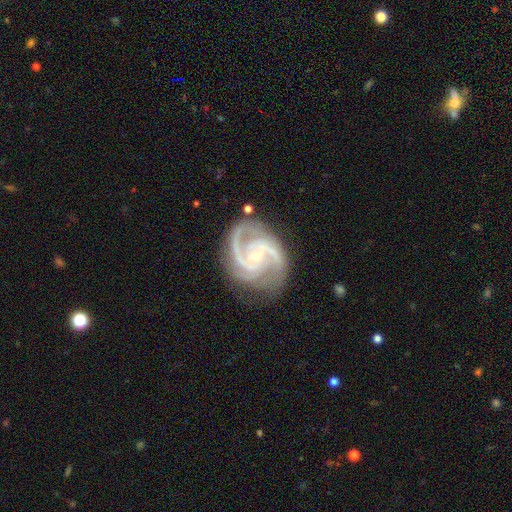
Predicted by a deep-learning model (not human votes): Q: Smooth or featured?
A: featured or disk (93%); runner-up: star or artifact (4%)
Q: Edge-on disk?
A: no (98%); runner-up: yes (2%)
Q: Bar?
A: no (61%); runner-up: weak (28%)
Q: Spiral arms?
A: yes (99%); runner-up: no (1%)
Q: Spiral winding?
A: medium (53%); runner-up: tight (41%)
Q: Spiral arm count?
A: 2 (50%); runner-up: 3 (34%)
Q: Bulge size?
A: small (73%); runner-up: moderate (24%)
Q: Merging?
A: none (75%); runner-up: minor disturbance (17%)